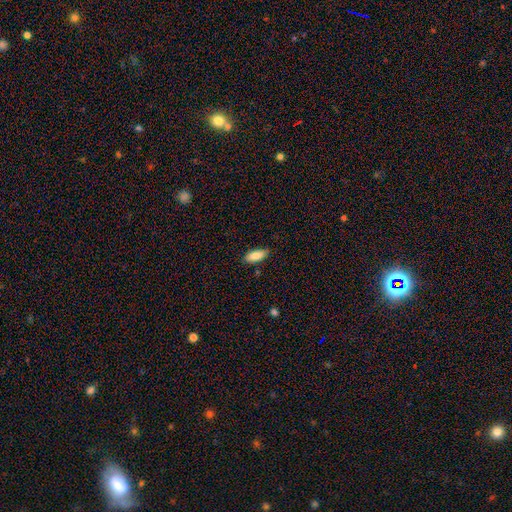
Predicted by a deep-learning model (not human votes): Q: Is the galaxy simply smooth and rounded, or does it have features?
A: smooth — 86%.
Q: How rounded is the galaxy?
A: in between — 82%.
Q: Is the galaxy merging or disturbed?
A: none — 85%.